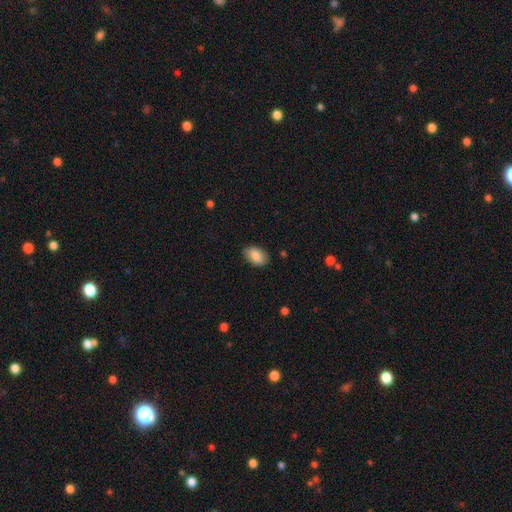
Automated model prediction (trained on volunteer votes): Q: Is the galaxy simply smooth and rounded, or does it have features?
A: smooth — 84%.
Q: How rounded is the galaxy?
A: in between — 91%.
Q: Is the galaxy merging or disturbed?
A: none — 83%.